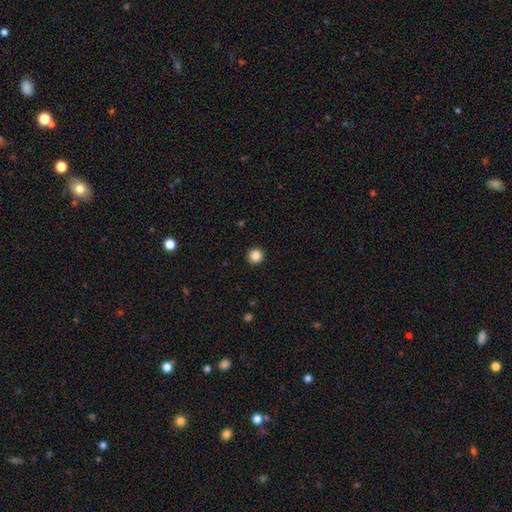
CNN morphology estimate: The model was most divided on "smooth or featured": smooth: 86%, star or artifact: 10%, featured or disk: 4%. More confident: how rounded — round (96%); merging — none (94%).